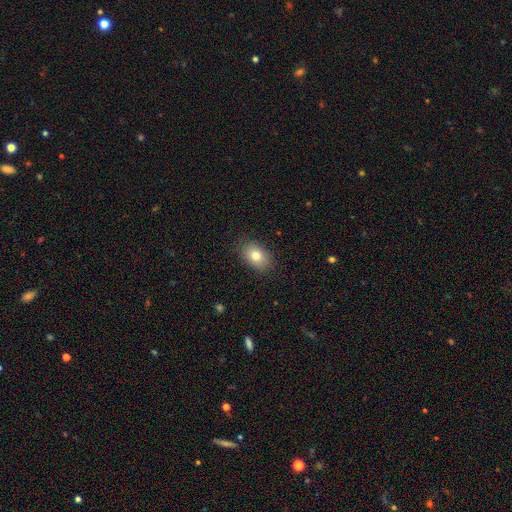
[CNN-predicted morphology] smooth-or-featured: smooth: 79% | featured or disk: 11% | star or artifact: 9%
  how-rounded: in between: 81% | round: 18% | cigar-shaped: 1%
  merging: none: 86% | minor disturbance: 10% | major disturbance: 3% | merger: 1%